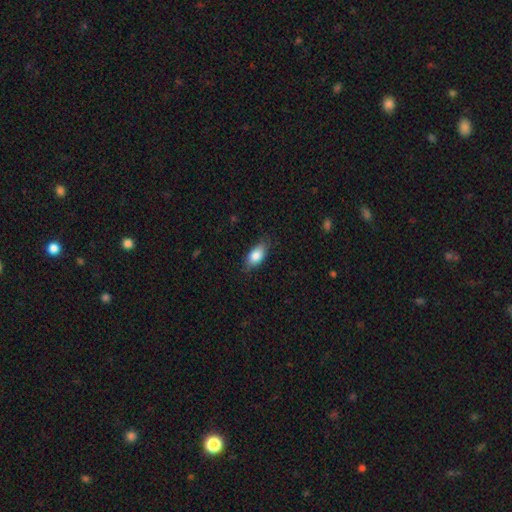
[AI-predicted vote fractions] smooth 83%, featured or disk 10%, star or artifact 7%. Down the decision tree: how rounded — in between (88%); merging — none (80%).